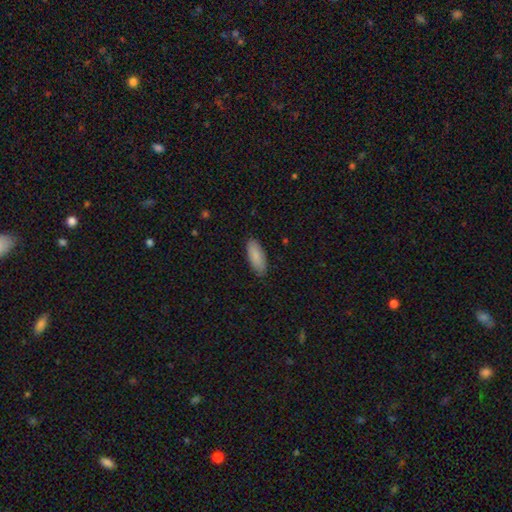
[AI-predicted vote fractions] This appears to be a smooth galaxy with no disk features (88%) that is in between round and cigar-shaped (79%). Merging: none (87%).